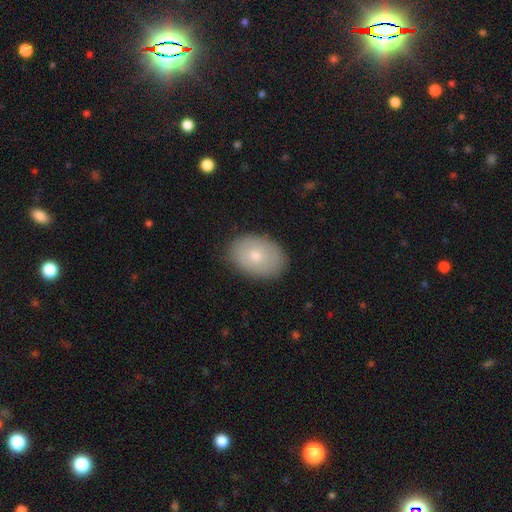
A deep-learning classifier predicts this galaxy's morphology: Smooth or featured? Predicted: smooth (p=0.73). How rounded? Predicted: in between (p=0.83). Merging? Predicted: none (p=0.85).